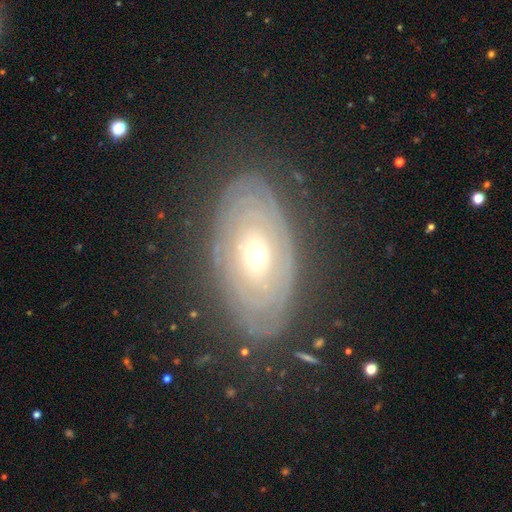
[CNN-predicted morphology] A featured or disk galaxy (76%) with no bar (77%), tight (85%) spiral arms (77%) and a moderate central bulge (69%).

Vote fractions:
- Smooth or featured? featured or disk: 76% / smooth: 14% / star or artifact: 10%
- Edge-on disk? no: 90% / yes: 10%
- Bar? no: 77% / weak: 17% / strong: 7%
- Spiral arms? yes: 77% / no: 23%
- Spiral winding? tight: 85% / medium: 11% / loose: 5%
- Spiral arm count? can't tell: 55% / 2: 13% / 3: 9% / more than 4: 8% / 4: 8% / 1: 6%
- Bulge size? moderate: 69% / small: 22% / large: 6% / dominant: 1% / none: 1%
- Merging? none: 80% / minor disturbance: 13% / major disturbance: 6% / merger: 1%